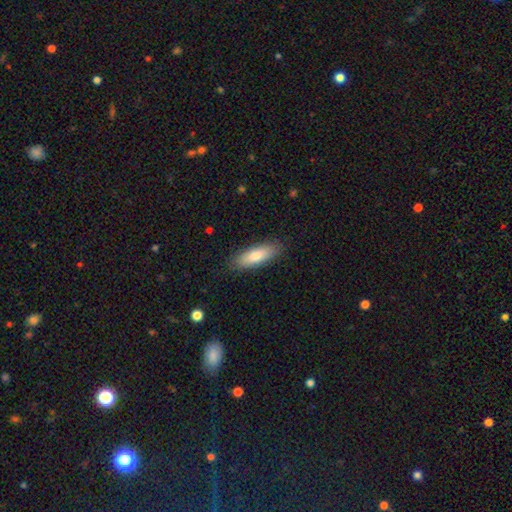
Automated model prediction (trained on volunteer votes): smooth_or_featured: smooth (p=0.76) [alt: featured or disk p=0.18]
how_rounded: in between (p=0.54) [alt: cigar-shaped p=0.44]
merging: none (p=0.88) [alt: minor disturbance p=0.09]